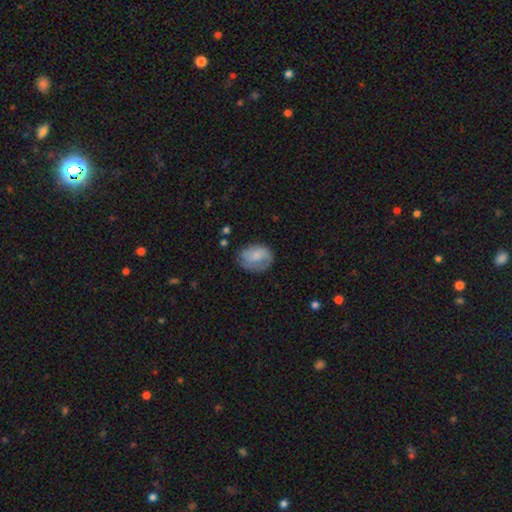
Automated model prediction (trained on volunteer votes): The model was most divided on "smooth or featured": smooth: 62%, featured or disk: 30%, star or artifact: 8%. More confident: how rounded — in between (66%); merging — none (59%).